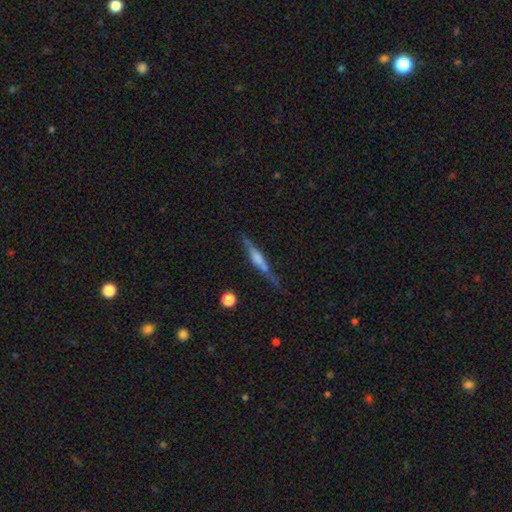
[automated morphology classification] Q: Smooth or featured?
A: featured or disk (60%); runner-up: smooth (33%)
Q: Edge-on disk?
A: yes (94%); runner-up: no (6%)
Q: Edge-on bulge?
A: boxy (40%); runner-up: rounded (37%)
Q: Merging?
A: none (70%); runner-up: minor disturbance (20%)